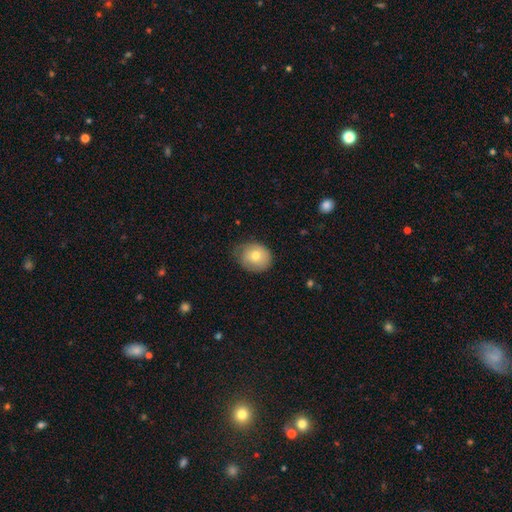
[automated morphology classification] smooth_or_featured: smooth (p=0.74) [alt: featured or disk p=0.18]
how_rounded: round (p=0.65) [alt: in between p=0.34]
merging: none (p=0.61) [alt: minor disturbance p=0.31]